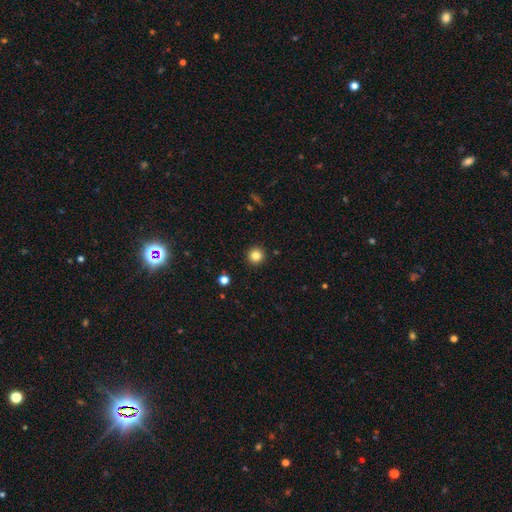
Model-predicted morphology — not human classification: Smooth or featured? Predicted: smooth (p=0.83). How rounded? Predicted: round (p=0.96). Merging? Predicted: none (p=0.93).